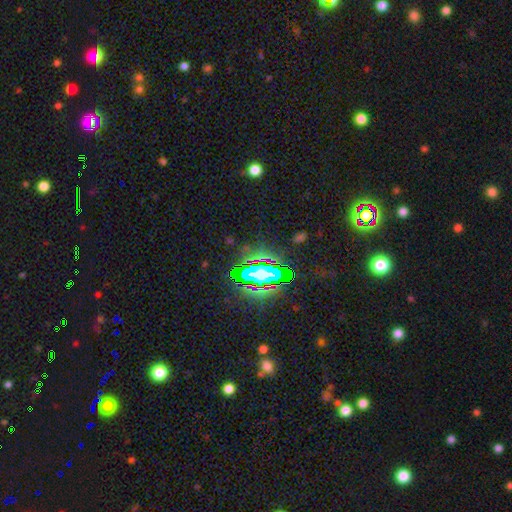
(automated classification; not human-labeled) Smooth or featured? Predicted: star or artifact (p=0.82).